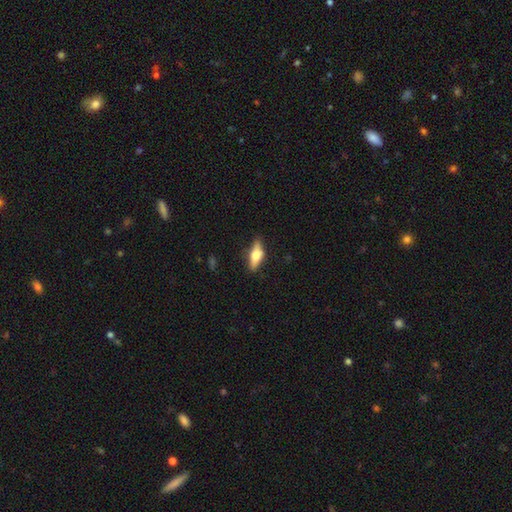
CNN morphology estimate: Smooth or featured? smooth (50%)
Merging? none (74%)